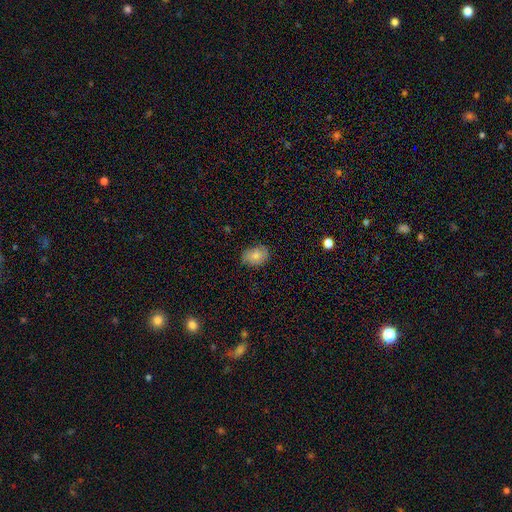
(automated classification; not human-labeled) Morphology: type=smooth (72%); roundness=in between (74%); merging=none (75%).